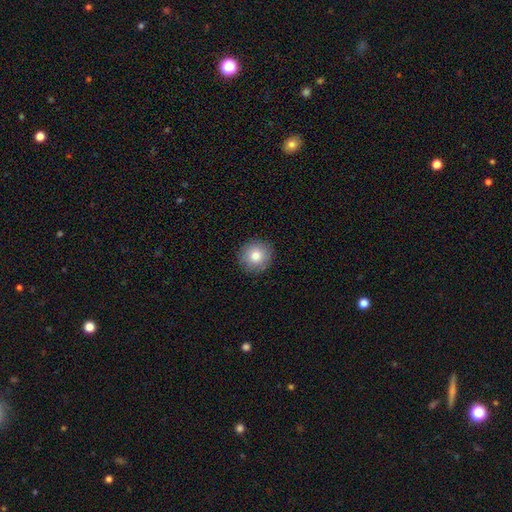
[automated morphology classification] Overall: smooth (80%). How rounded: round (91%). Merging: none (90%).